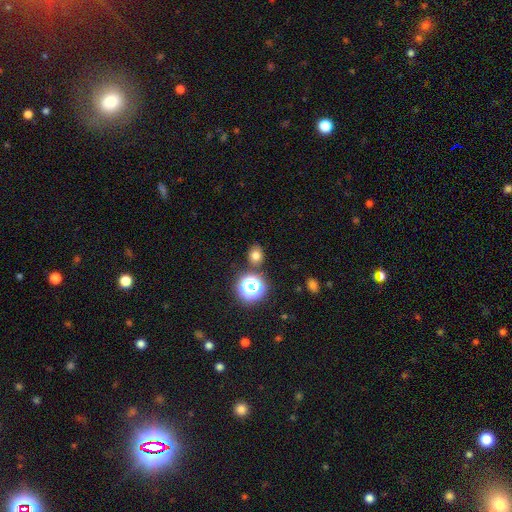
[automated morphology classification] A smooth galaxy with no disk features (72%) that is round (69%).

Vote fractions:
- Smooth or featured? smooth: 72% / star or artifact: 21% / featured or disk: 7%
- How rounded? round: 69% / in between: 30% / cigar-shaped: 1%
- Merging? none: 82% / minor disturbance: 9% / merger: 6% / major disturbance: 3%